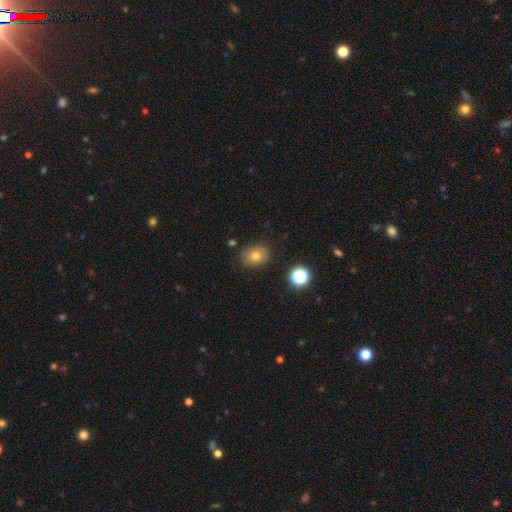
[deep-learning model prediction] Smooth or featured? smooth (74%)
How rounded? in between (53%)
Merging? none (81%)